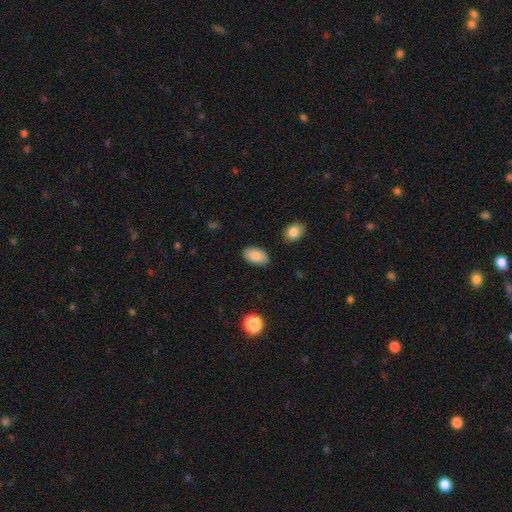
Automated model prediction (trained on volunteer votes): smooth 86%, featured or disk 8%, star or artifact 7%. Down the decision tree: how rounded — in between (94%); merging — none (86%).